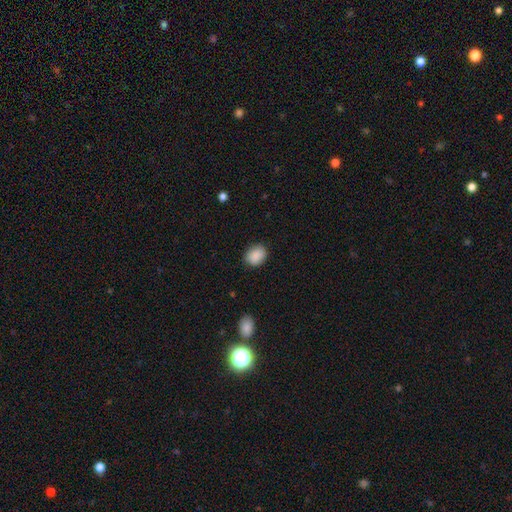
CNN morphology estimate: This is clearly a smooth galaxy (89%). How rounded: possibly in between (52%). Merging: clearly none (85%).